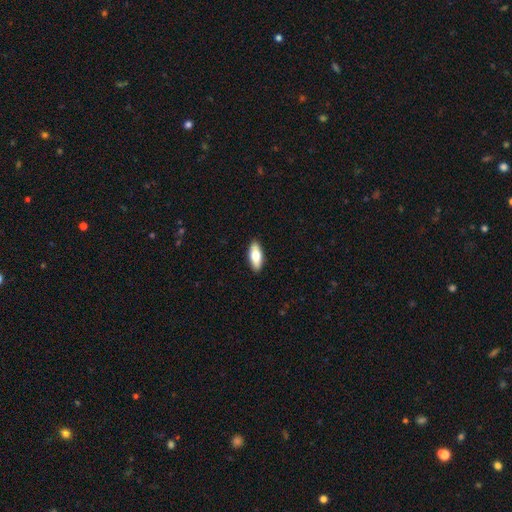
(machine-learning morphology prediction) type=smooth (73%); roundness=in between (77%); merging=none (91%).